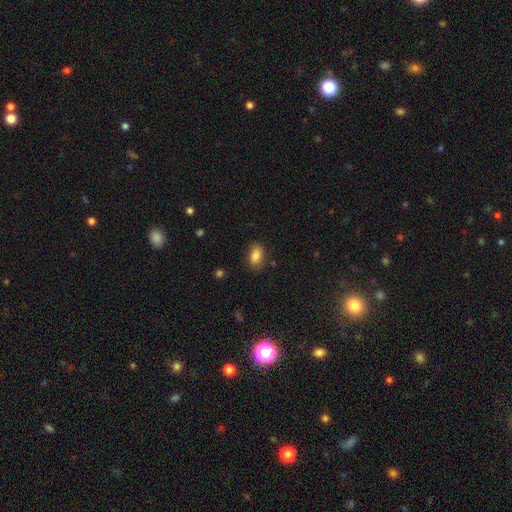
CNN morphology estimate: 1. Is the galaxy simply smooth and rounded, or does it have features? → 85% smooth, 9% star or artifact, 6% featured or disk.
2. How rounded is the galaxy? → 89% in between, 8% round, 3% cigar-shaped.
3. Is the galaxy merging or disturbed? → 82% none, 13% minor disturbance, 3% major disturbance, 2% merger.